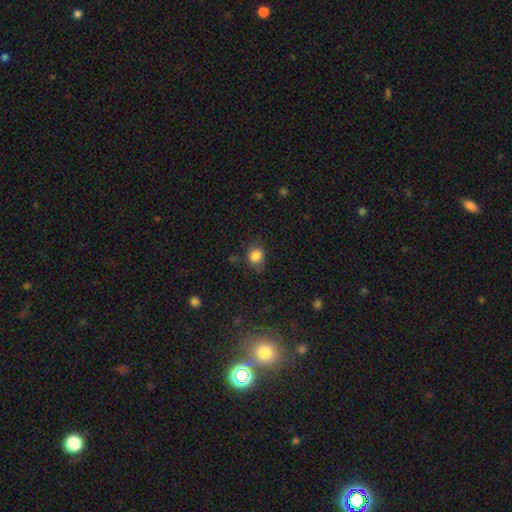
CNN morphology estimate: This appears to be a smooth galaxy with no disk features (84%) that is round (79%). Merging: none (77%).